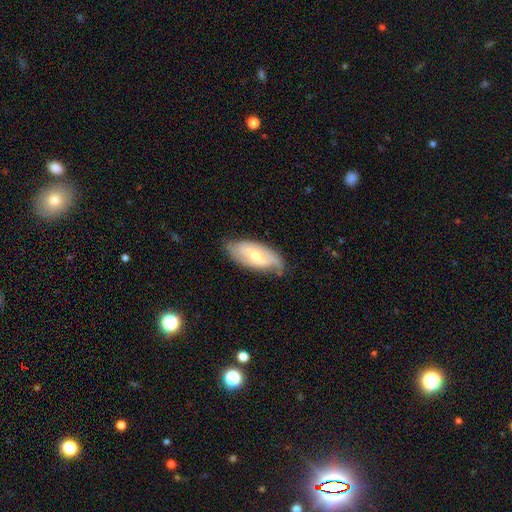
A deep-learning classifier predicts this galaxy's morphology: A featured or disk galaxy (70%) with a weak bar (48%), 2 (68%) medium (39%) spiral arms (86%) and a moderate central bulge (52%). Merging: none (71%).